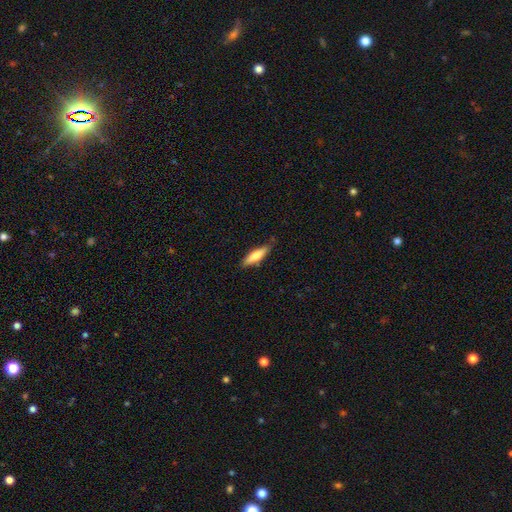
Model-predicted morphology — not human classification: Smooth or featured?
  - smooth: 72% *
  - featured or disk: 22%
  - star or artifact: 6%
How rounded?
  - cigar-shaped: 64% *
  - in between: 35%
  - round: 2%
Merging?
  - none: 79% *
  - minor disturbance: 17%
  - major disturbance: 3%
  - merger: 2%